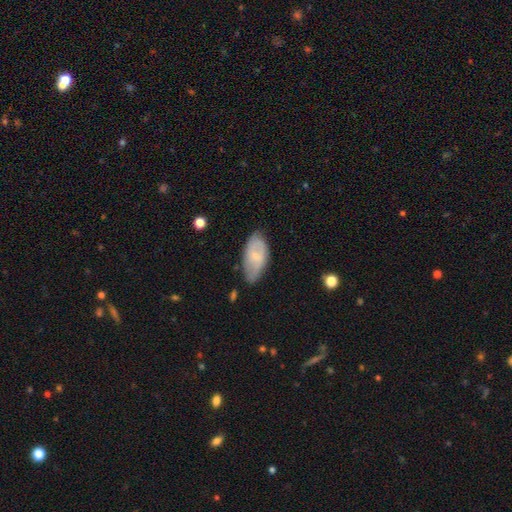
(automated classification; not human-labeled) Smooth or featured? Predicted: smooth (p=0.55). How rounded? Predicted: in between (p=0.92). Merging? Predicted: none (p=0.64).